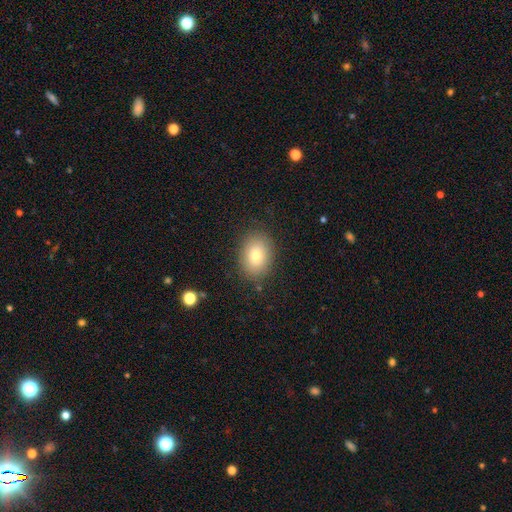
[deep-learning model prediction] Q: Smooth or featured?
A: smooth (78%); runner-up: featured or disk (12%)
Q: How rounded?
A: in between (73%); runner-up: round (26%)
Q: Merging?
A: none (85%); runner-up: minor disturbance (10%)